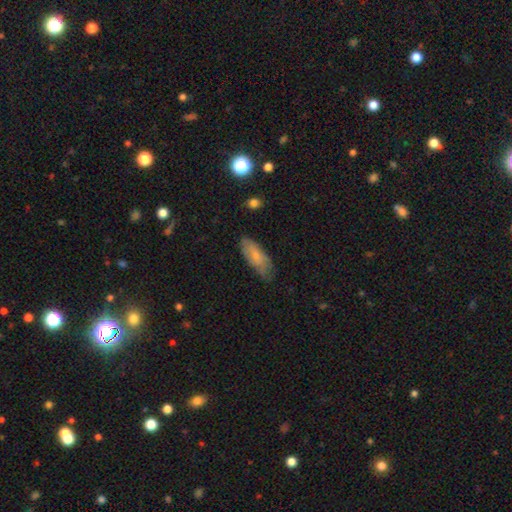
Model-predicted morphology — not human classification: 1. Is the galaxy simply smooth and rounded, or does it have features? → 70% smooth, 23% featured or disk, 6% star or artifact.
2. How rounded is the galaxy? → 78% in between, 20% cigar-shaped, 2% round.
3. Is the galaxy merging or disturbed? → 64% none, 28% minor disturbance, 6% major disturbance, 2% merger.